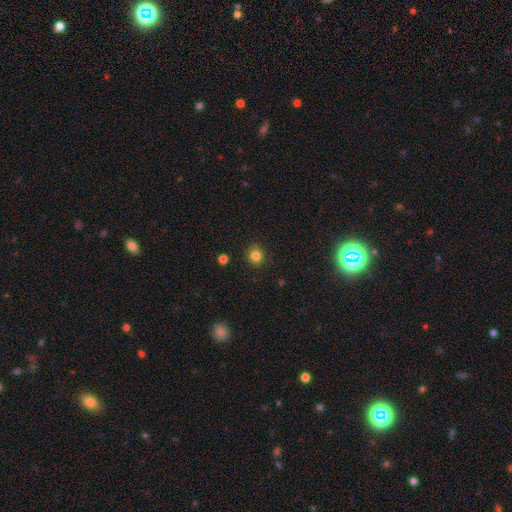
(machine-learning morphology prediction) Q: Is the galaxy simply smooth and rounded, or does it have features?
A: smooth — 82%.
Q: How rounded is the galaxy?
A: round — 89%.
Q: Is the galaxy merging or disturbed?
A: none — 89%.